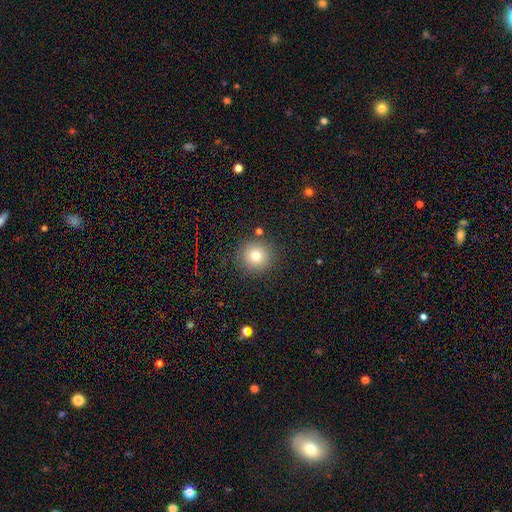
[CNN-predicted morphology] The model was most divided on "smooth or featured": smooth: 78%, star or artifact: 13%, featured or disk: 9%. More confident: how rounded — round (93%); merging — none (88%).